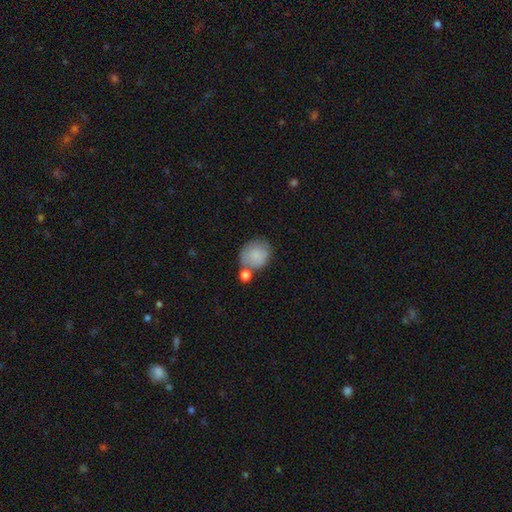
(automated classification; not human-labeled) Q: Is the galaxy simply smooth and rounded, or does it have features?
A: smooth — 83%.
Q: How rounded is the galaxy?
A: round — 63%.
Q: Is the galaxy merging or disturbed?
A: none — 51%.